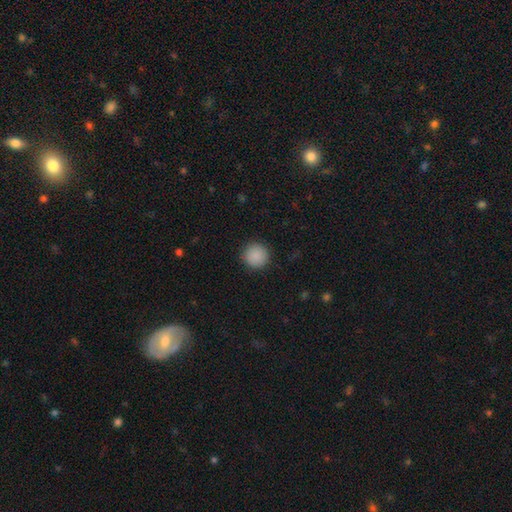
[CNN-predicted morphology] The model was most divided on "smooth or featured": smooth: 89%, star or artifact: 8%, featured or disk: 3%. More confident: how rounded — round (96%); merging — none (92%).